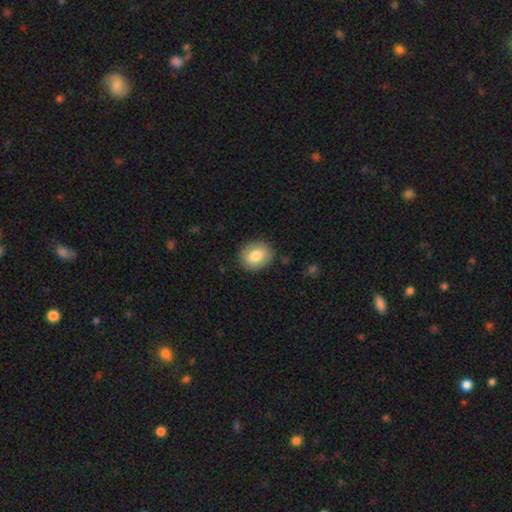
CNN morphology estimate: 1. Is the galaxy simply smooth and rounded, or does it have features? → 78% smooth, 14% featured or disk, 7% star or artifact.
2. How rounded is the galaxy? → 61% round, 38% in between, 1% cigar-shaped.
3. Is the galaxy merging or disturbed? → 86% none, 10% minor disturbance, 3% major disturbance, 1% merger.